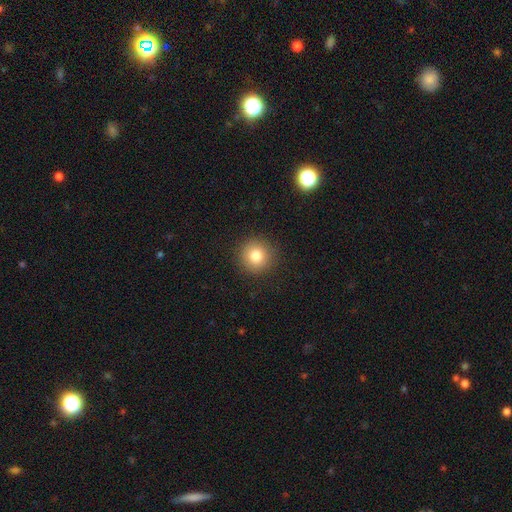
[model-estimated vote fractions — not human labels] Q: Smooth or featured?
A: smooth (81%); runner-up: star or artifact (11%)
Q: How rounded?
A: round (95%); runner-up: in between (4%)
Q: Merging?
A: none (91%); runner-up: minor disturbance (6%)